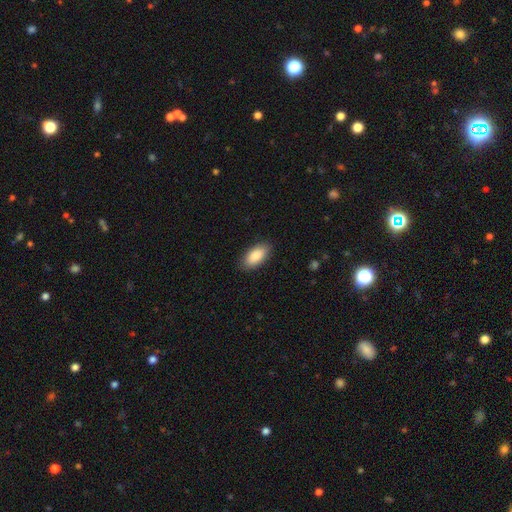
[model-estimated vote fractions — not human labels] smooth-or-featured: smooth: 88% | star or artifact: 6% | featured or disk: 6%
  how-rounded: in between: 92% | cigar-shaped: 6% | round: 2%
  merging: none: 87% | minor disturbance: 10% | major disturbance: 2% | merger: 1%